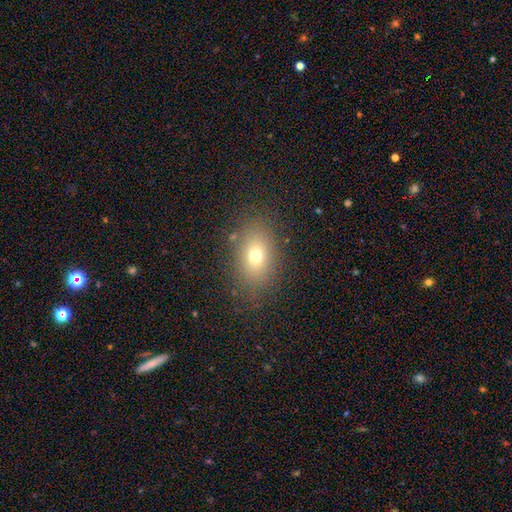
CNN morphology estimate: smooth 70%, star or artifact 16%, featured or disk 15%. Down the decision tree: how rounded — in between (76%); merging — none (83%).